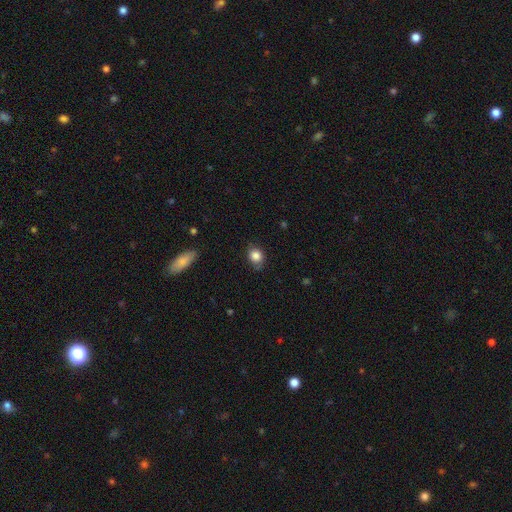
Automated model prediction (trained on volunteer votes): Smooth or featured?
  - smooth: 83% *
  - star or artifact: 9%
  - featured or disk: 8%
How rounded?
  - round: 57% *
  - in between: 42%
  - cigar-shaped: 1%
Merging?
  - none: 73% *
  - minor disturbance: 21%
  - major disturbance: 5%
  - merger: 1%